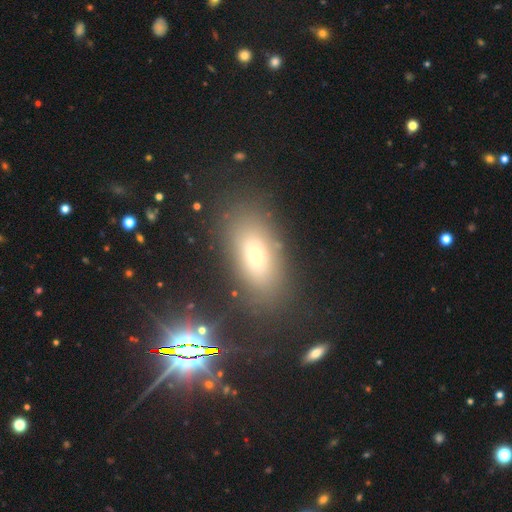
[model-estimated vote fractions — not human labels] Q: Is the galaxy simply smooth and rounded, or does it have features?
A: smooth — 61%.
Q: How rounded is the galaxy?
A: in between — 82%.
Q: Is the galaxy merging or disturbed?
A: none — 80%.